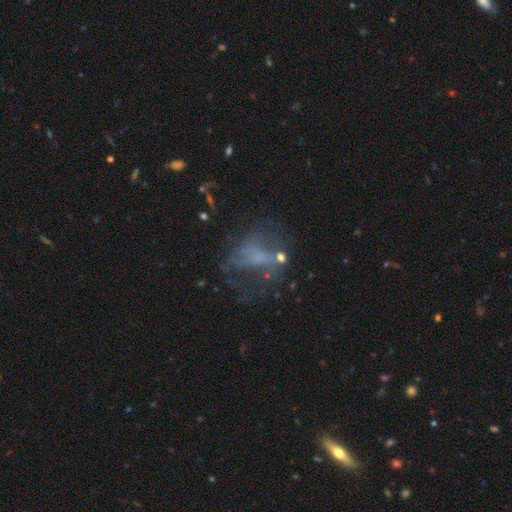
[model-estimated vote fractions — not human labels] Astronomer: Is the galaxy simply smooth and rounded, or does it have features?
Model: featured or disk — 46% (runner-up: smooth, 32%).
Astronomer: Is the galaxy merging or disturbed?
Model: none — 39% (runner-up: major disturbance, 37%).